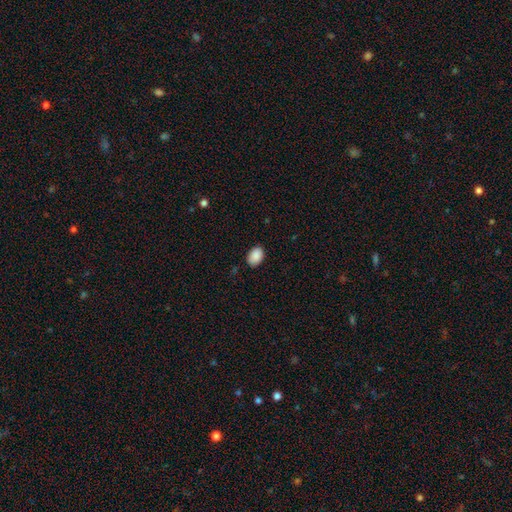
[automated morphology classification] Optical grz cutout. It shows a smooth galaxy with no disk features (90%) that is in between round and cigar-shaped (85%). Merging: none (86%).